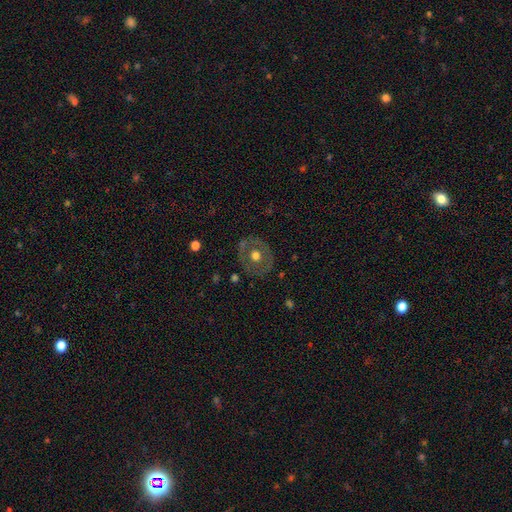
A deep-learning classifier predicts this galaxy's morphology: smooth-or-featured: smooth: 47% | featured or disk: 45% | star or artifact: 7%
  merging: none: 80% | minor disturbance: 13% | major disturbance: 6% | merger: 2%